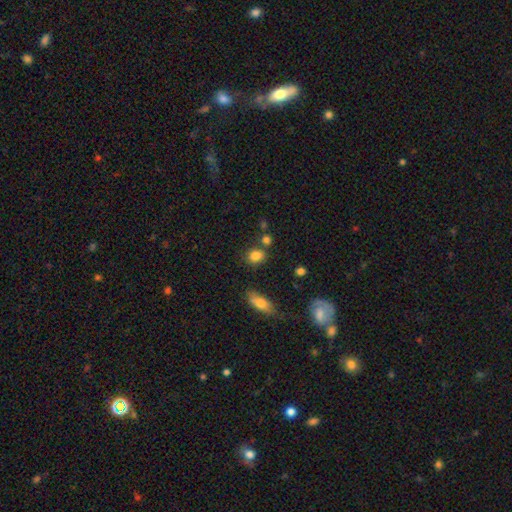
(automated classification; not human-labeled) smooth_or_featured: smooth (p=0.83) [alt: star or artifact p=0.10]
how_rounded: in between (p=0.52) [alt: round p=0.46]
merging: none (p=0.70) [alt: minor disturbance p=0.13]